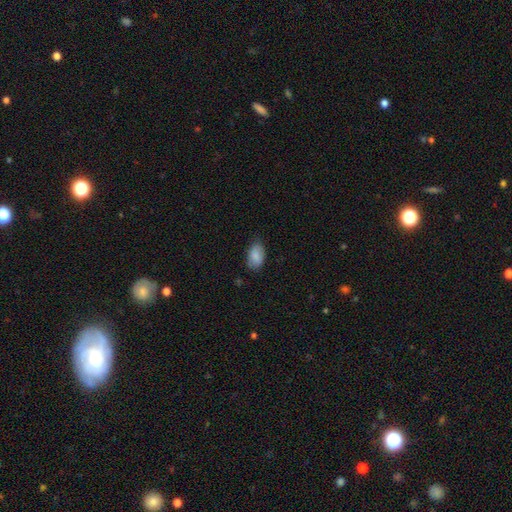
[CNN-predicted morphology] The model was most divided on "merging": none: 75%, minor disturbance: 20%, major disturbance: 4%, merger: 1%. More confident: how rounded — in between (91%); smooth or featured — smooth (86%).